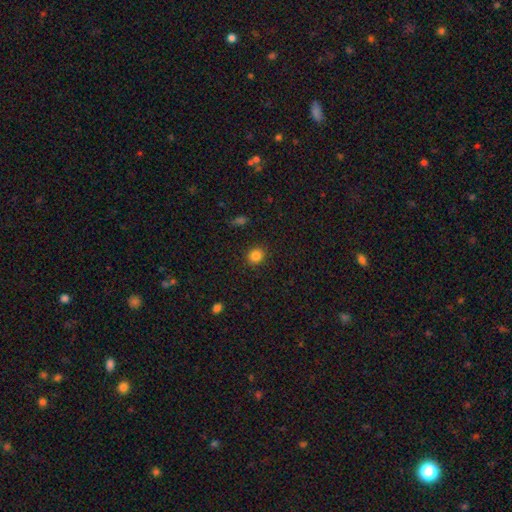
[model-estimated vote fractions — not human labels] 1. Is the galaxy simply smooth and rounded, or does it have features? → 84% smooth, 12% star or artifact, 5% featured or disk.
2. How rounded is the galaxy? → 77% round, 23% in between, 1% cigar-shaped.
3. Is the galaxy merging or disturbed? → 89% none, 7% minor disturbance, 2% major disturbance, 1% merger.